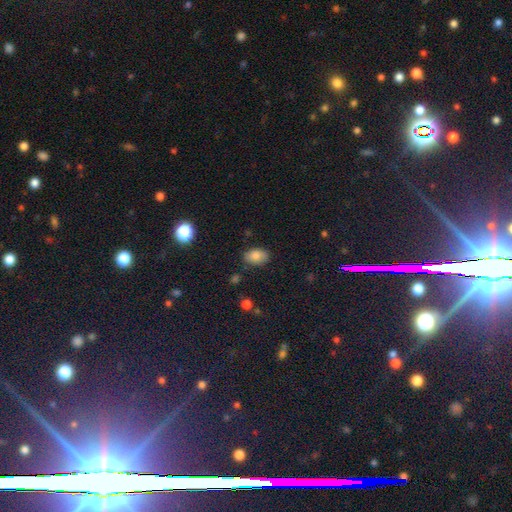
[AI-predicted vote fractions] A smooth galaxy with no disk features (82%) that is in between round and cigar-shaped (84%). Merging: none (80%).